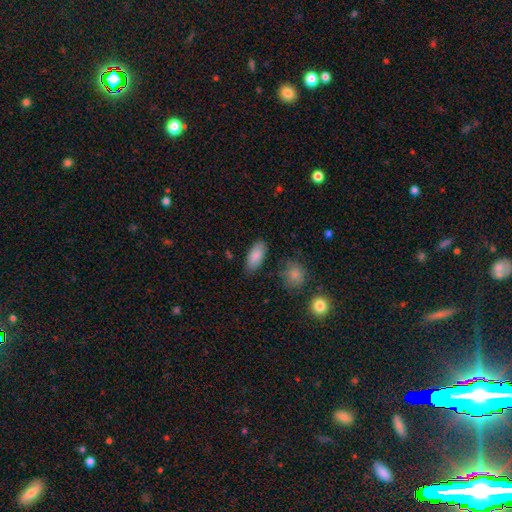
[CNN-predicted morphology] This appears to be a smooth galaxy with no disk features (87%) that is in between round and cigar-shaped (89%). Merging: none (82%).